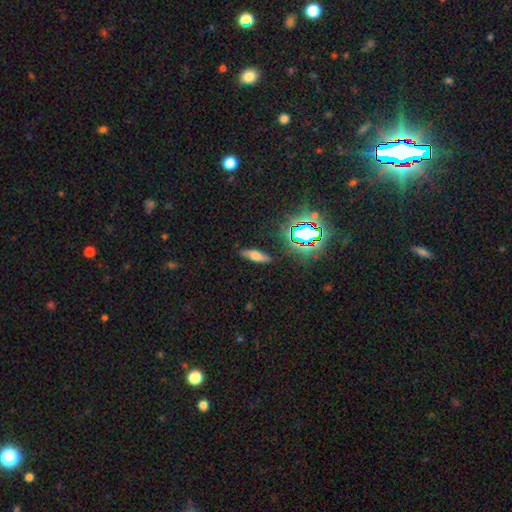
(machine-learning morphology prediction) Smooth or featured: smooth — 58% (featured or disk — 23%)
How rounded: in between — 49% (cigar-shaped — 47%)
Merging: none — 84% (minor disturbance — 12%)